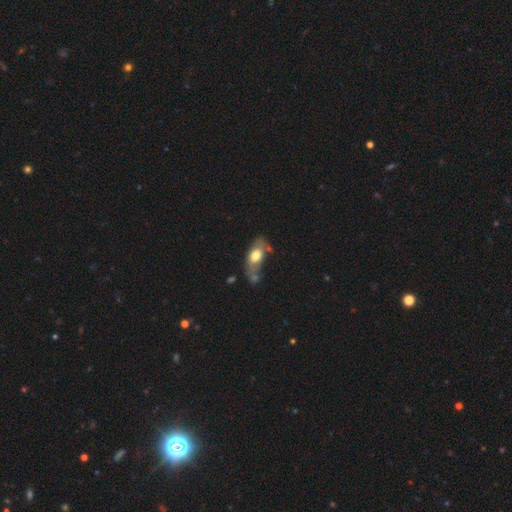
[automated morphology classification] smooth 59%, featured or disk 34%, star or artifact 7%. Down the decision tree: how rounded — in between (83%); merging — none (38%).